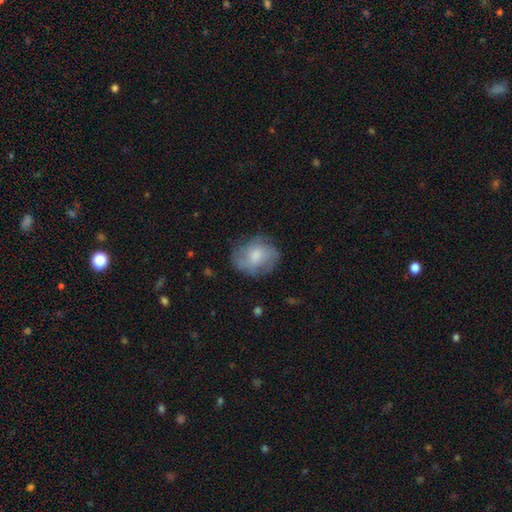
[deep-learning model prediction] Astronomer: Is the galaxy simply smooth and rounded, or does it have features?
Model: smooth — 52% (runner-up: featured or disk, 41%).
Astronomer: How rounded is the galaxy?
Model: round — 58% (runner-up: in between, 41%).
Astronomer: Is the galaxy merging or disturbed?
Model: none — 68%.